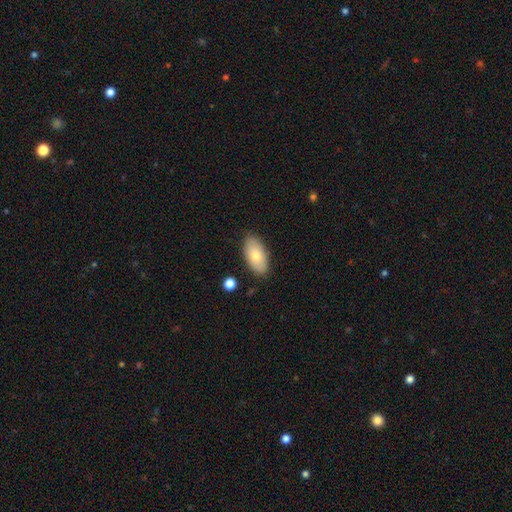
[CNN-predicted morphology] smooth-or-featured: smooth: 73% | featured or disk: 20% | star or artifact: 7%
  how-rounded: in between: 93% | cigar-shaped: 4% | round: 3%
  merging: none: 86% | minor disturbance: 10% | major disturbance: 2% | merger: 2%